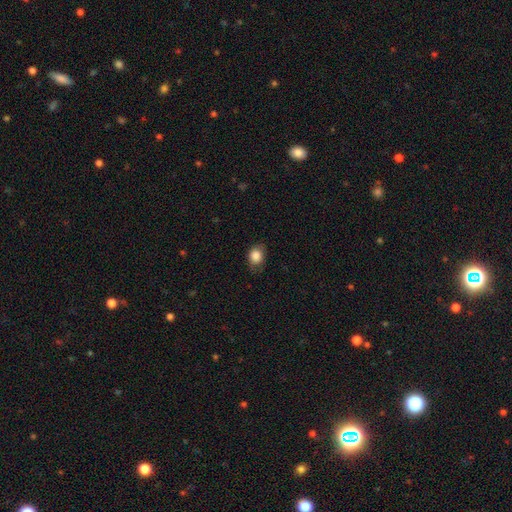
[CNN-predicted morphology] Overall: smooth (85%). How rounded: round (51%; in between 48%). Merging: none (69%).